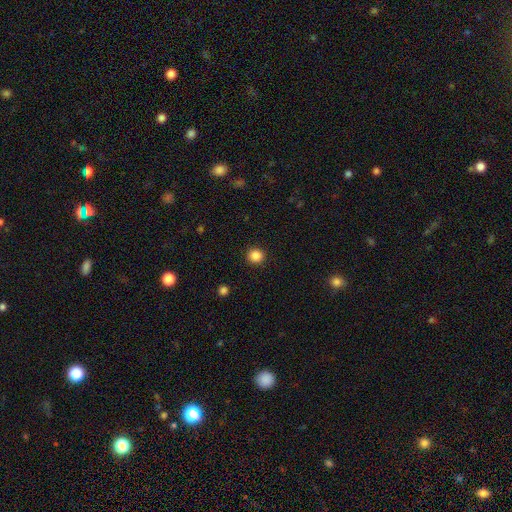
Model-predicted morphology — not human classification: smooth-or-featured: smooth: 86% | star or artifact: 11% | featured or disk: 3%
  how-rounded: round: 92% | in between: 7% | cigar-shaped: 1%
  merging: none: 92% | minor disturbance: 5% | major disturbance: 2% | merger: 1%